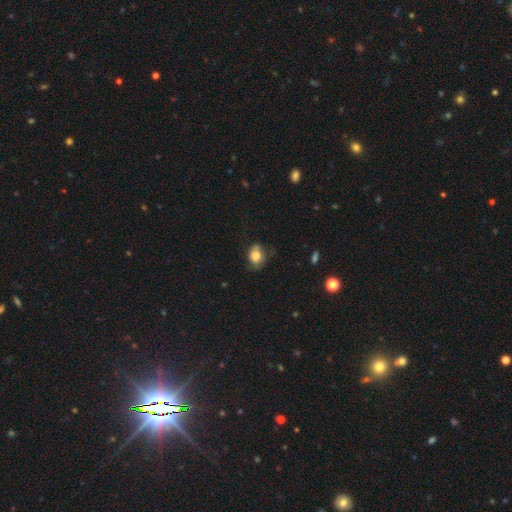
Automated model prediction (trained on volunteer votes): A smooth galaxy with no disk features (78%) that is in between round and cigar-shaped (66%). Merging: none (59%).